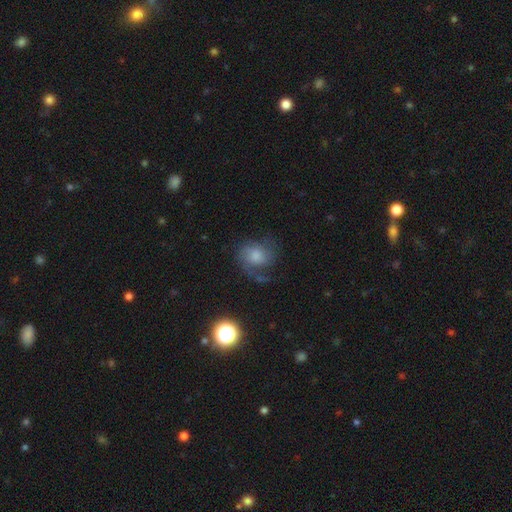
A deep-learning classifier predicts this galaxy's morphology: This appears to be a featured or disk galaxy (45%). Merging: none (47%).